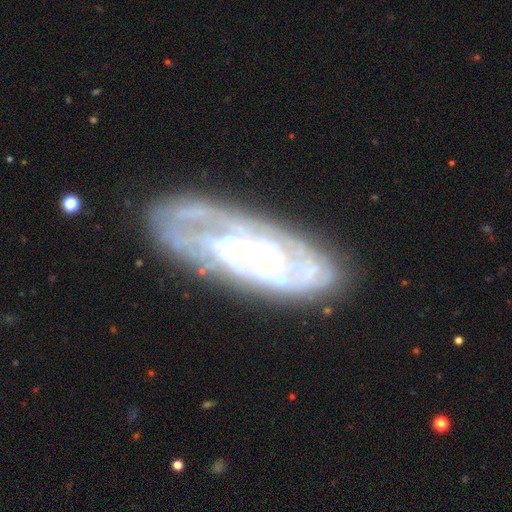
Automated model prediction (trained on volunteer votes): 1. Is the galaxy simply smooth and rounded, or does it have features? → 82% featured or disk, 11% smooth, 6% star or artifact.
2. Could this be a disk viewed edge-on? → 86% no, 14% yes.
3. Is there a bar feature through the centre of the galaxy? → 60% no, 28% weak, 12% strong.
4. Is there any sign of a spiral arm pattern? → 85% yes, 15% no.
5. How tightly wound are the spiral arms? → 67% tight, 26% medium, 7% loose.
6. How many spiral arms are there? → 49% can't tell, 23% 2, 12% 3, 6% 4, 5% 1, 5% more than 4.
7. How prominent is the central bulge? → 59% small, 31% moderate, 5% none, 4% large, 1% dominant.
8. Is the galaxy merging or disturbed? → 73% none, 17% minor disturbance, 7% major disturbance, 3% merger.